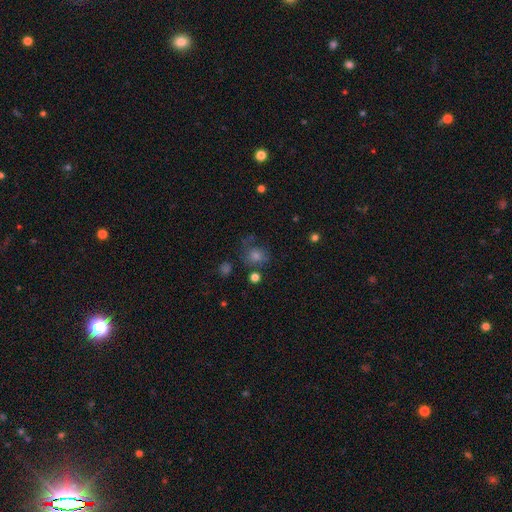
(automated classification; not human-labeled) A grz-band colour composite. It shows a smooth galaxy with no disk features (57%) that is round (77%). Merging: none (64%).